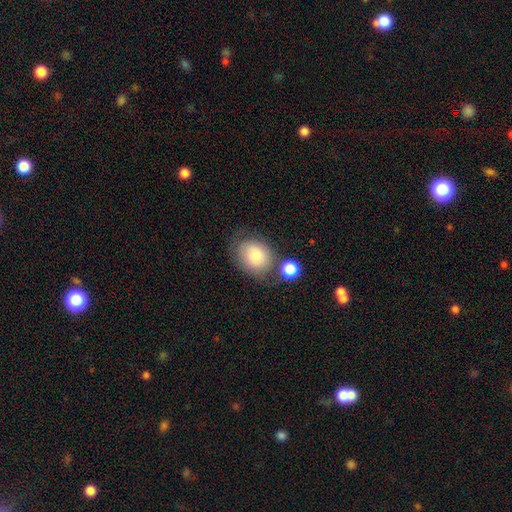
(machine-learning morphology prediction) Overall: smooth (80%). How rounded: in between (52%; round 47%). Merging: none (59%; minor disturbance 20%).